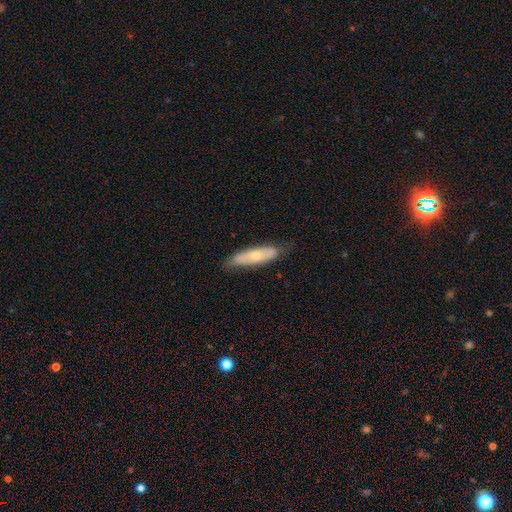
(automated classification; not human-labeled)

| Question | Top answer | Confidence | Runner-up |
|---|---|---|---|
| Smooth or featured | smooth | 57% | featured or disk (37%) |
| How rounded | cigar-shaped | 64% | in between (35%) |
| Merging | none | 73% | minor disturbance (21%) |